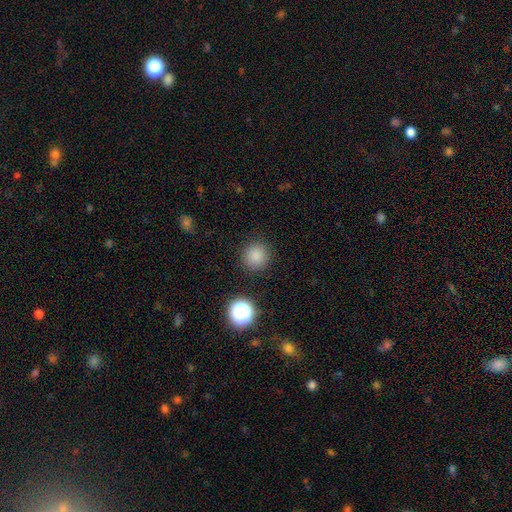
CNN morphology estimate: Smooth or featured: smooth — 84% (star or artifact — 12%)
How rounded: round — 94% (in between — 5%)
Merging: none — 90% (minor disturbance — 6%)